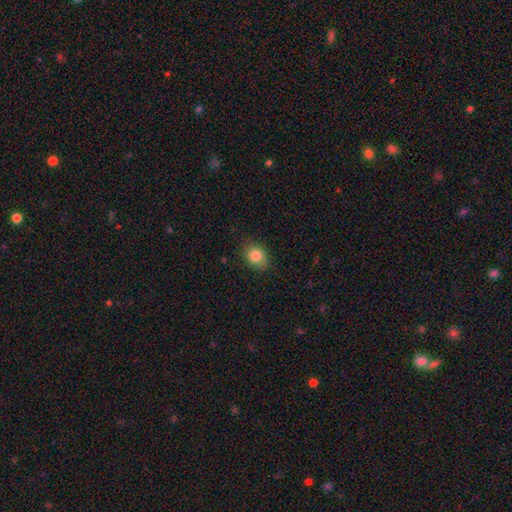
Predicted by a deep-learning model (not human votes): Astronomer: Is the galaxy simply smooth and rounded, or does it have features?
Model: smooth — 84%.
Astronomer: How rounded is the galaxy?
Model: in between — 55% (runner-up: round, 44%).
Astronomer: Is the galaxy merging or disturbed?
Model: none — 80%.